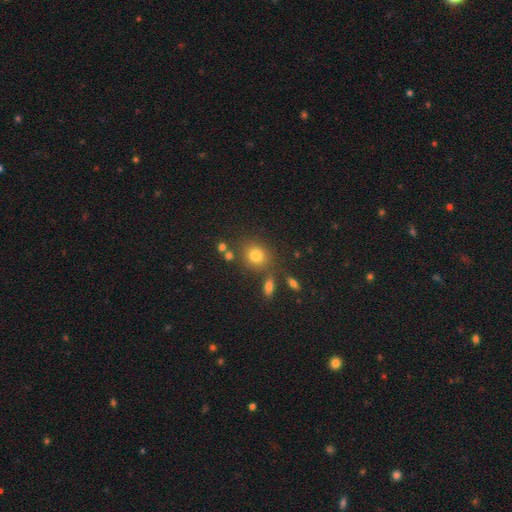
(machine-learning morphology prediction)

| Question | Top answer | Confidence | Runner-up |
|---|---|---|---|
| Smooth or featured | smooth | 78% | star or artifact (13%) |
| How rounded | round | 74% | in between (25%) |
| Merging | none | 75% | minor disturbance (11%) |